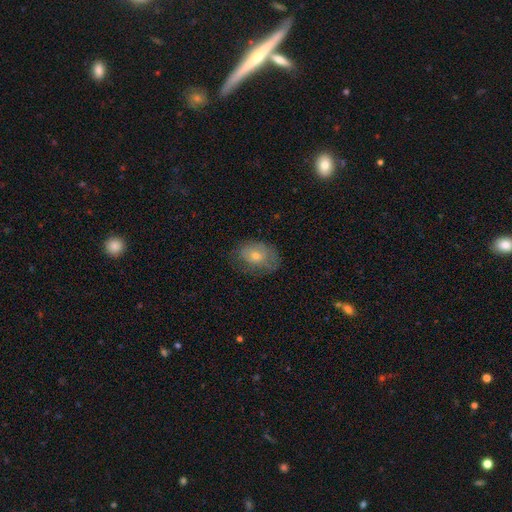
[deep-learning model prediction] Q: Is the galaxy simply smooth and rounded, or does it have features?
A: smooth — 57%.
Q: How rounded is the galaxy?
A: in between — 73%.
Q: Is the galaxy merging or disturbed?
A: none — 65%.